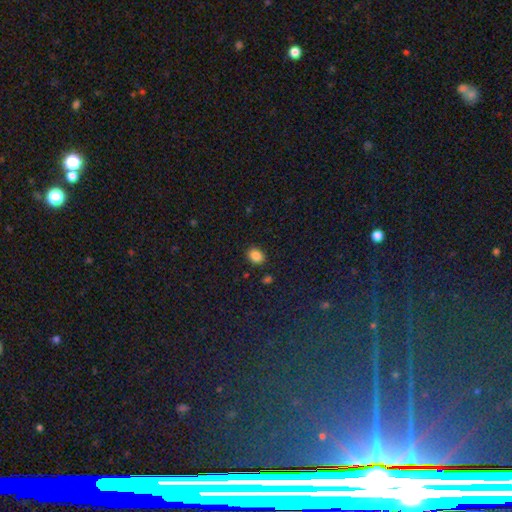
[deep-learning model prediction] The model was most divided on "how rounded": in between: 61%, round: 38%, cigar-shaped: 1%. More confident: smooth or featured — smooth (86%); merging — none (85%).